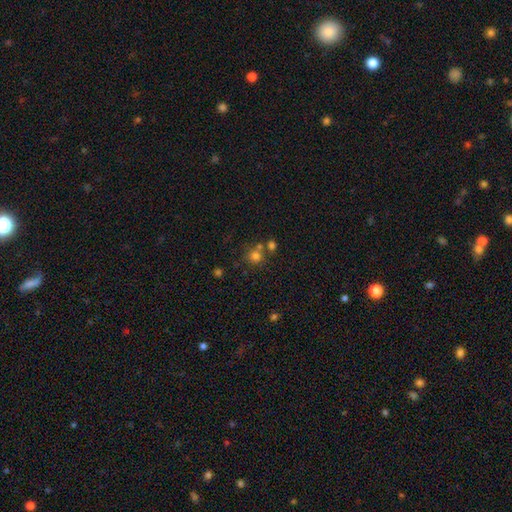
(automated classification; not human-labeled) Smooth or featured: smooth — 75% (star or artifact — 17%)
How rounded: round — 87% (in between — 12%)
Merging: none — 60% (merger — 27%)